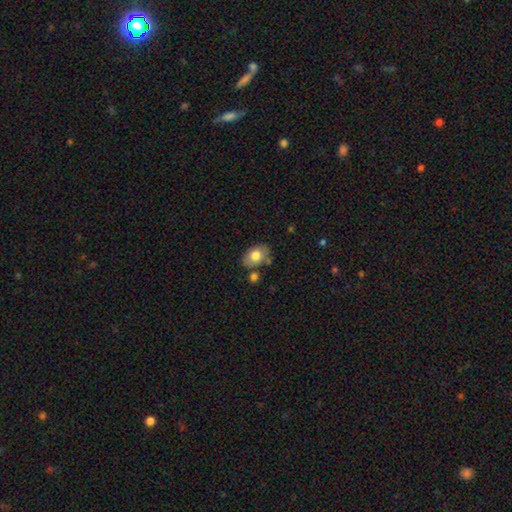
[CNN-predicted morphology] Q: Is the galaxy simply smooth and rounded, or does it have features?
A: smooth — 74%.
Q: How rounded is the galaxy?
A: in between — 82%.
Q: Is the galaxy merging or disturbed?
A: none — 71%.